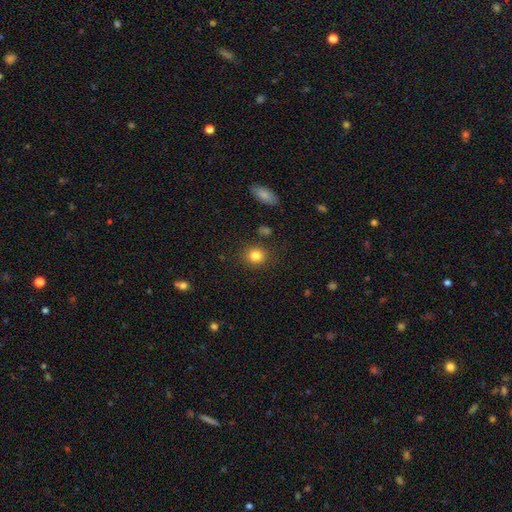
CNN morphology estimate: A smooth galaxy with no disk features (84%) that is round (79%). Merging: none (86%).